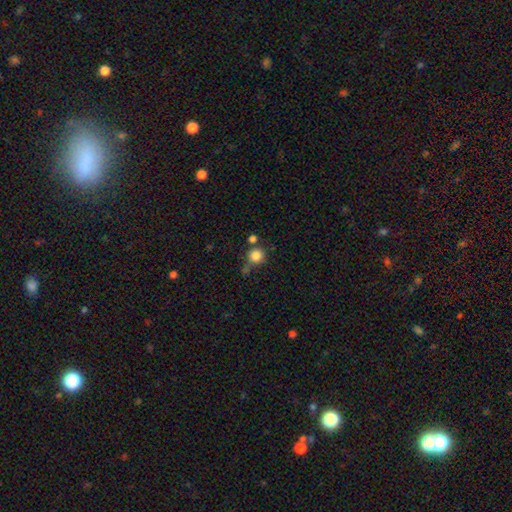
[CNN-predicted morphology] smooth-or-featured: smooth: 84% | star or artifact: 11% | featured or disk: 6%
  how-rounded: round: 91% | in between: 8% | cigar-shaped: 1%
  merging: none: 63% | merger: 17% | minor disturbance: 14% | major disturbance: 6%